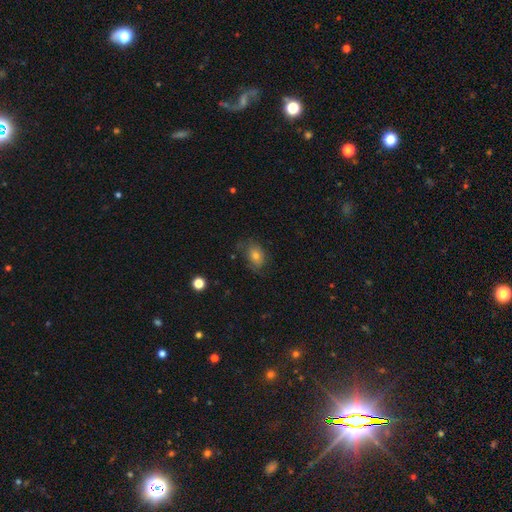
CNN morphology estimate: Smooth or featured? smooth (67%)
How rounded? in between (68%)
Merging? none (62%)